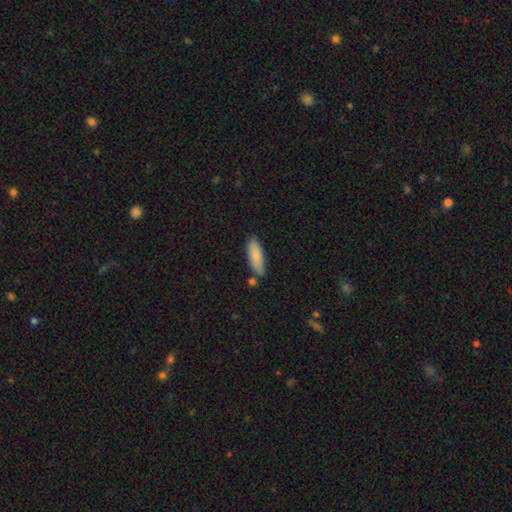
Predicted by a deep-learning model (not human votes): This appears to be a smooth galaxy with no disk features (84%) that is in between round and cigar-shaped (59%). Merging: none (73%).